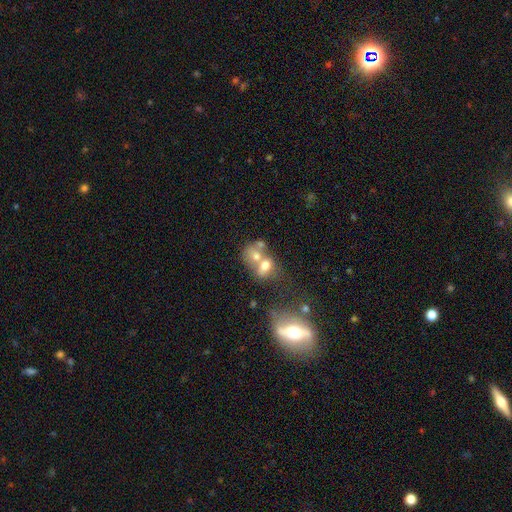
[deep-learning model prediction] The model was most divided on "how rounded": round: 51%, in between: 48%, cigar-shaped: 1%. More confident: merging — merger (67%); smooth or featured — smooth (59%).